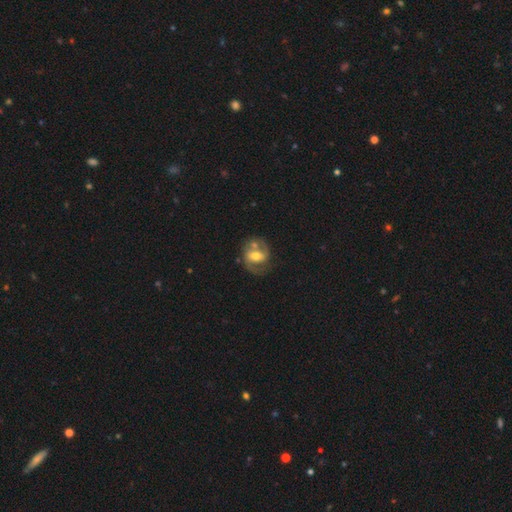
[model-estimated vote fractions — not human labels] This is likely a featured or disk galaxy (72%). It is clearly not viewed edge-on (97%). Bar: marginally weak (43%). Spiral arm pattern: clearly yes (83%). Spiral arm count: clearly 2 (81%). Spiral winding: possibly medium (51%). Central bulge: likely moderate (67%). Merging: possibly none (58%).